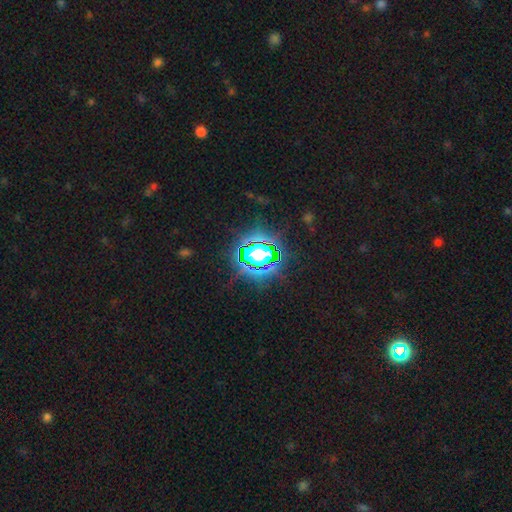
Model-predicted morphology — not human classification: Q: Smooth or featured?
A: star or artifact (79%); runner-up: smooth (13%)